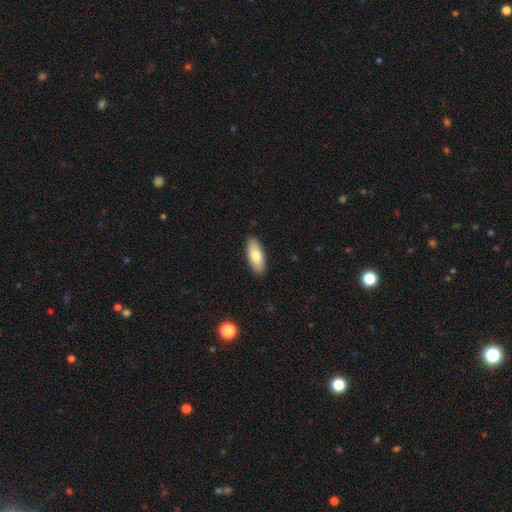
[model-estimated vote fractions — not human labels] This is likely a smooth galaxy (74%). How rounded: likely in between (79%). Merging: clearly none (90%).